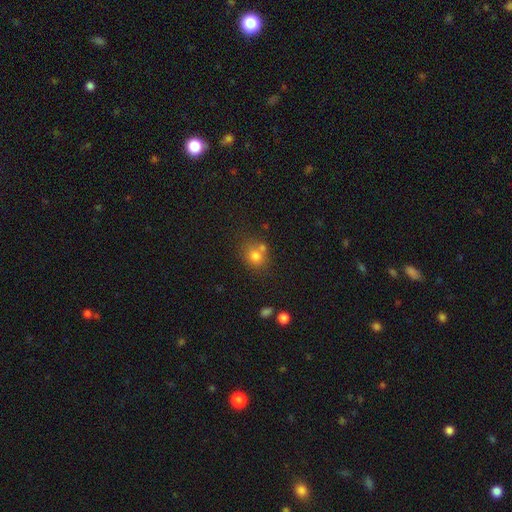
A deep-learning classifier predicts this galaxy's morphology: A smooth galaxy with no disk features (75%) that is round (67%). Merging: none (58%).